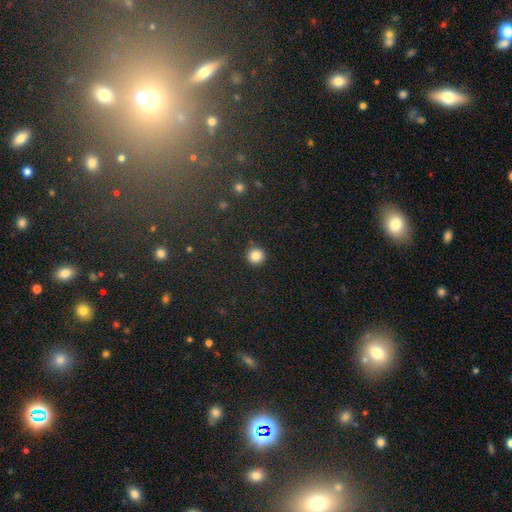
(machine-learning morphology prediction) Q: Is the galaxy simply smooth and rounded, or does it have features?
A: smooth — 85%.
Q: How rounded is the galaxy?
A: round — 95%.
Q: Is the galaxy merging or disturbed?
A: none — 93%.